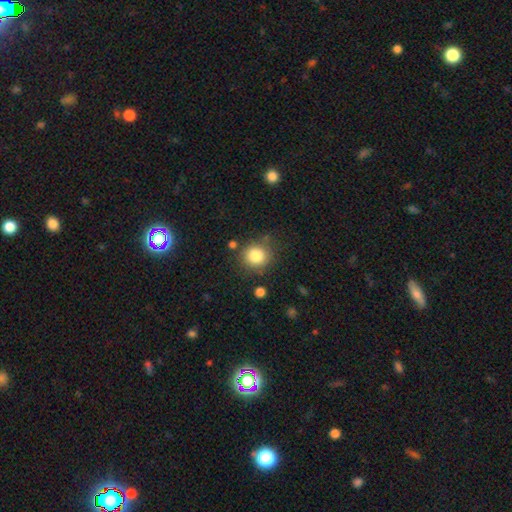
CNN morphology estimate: This appears to be a smooth galaxy with no disk features (82%) that is round (88%). Merging: none (80%).